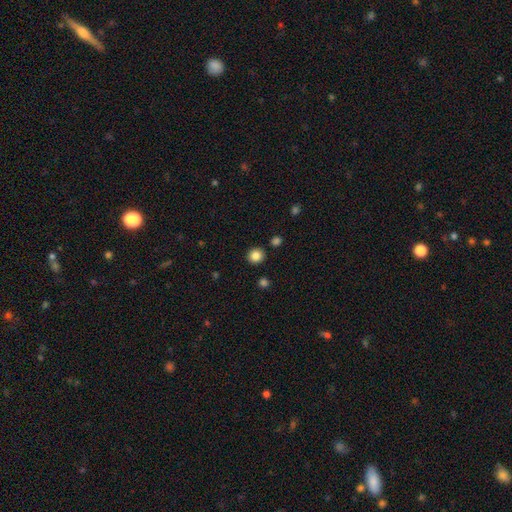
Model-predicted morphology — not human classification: The model was most divided on "smooth or featured": smooth: 85%, star or artifact: 10%, featured or disk: 4%. More confident: how rounded — round (90%); merging — none (89%).